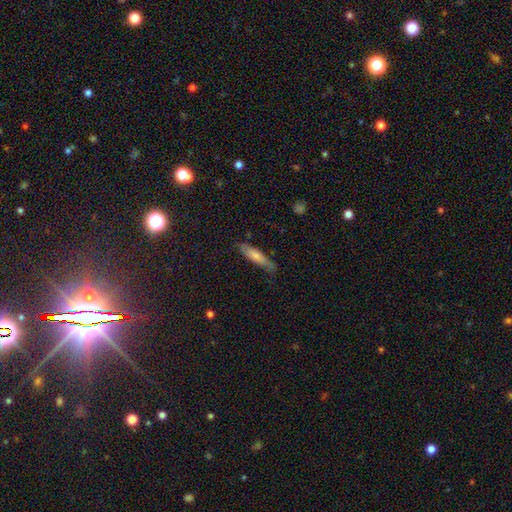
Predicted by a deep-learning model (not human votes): A smooth galaxy with no disk features (67%) that is cigar-shaped (75%).

Vote fractions:
- Smooth or featured? smooth: 67% / featured or disk: 27% / star or artifact: 6%
- How rounded? cigar-shaped: 75% / in between: 23% / round: 2%
- Merging? none: 74% / minor disturbance: 20% / major disturbance: 4% / merger: 2%